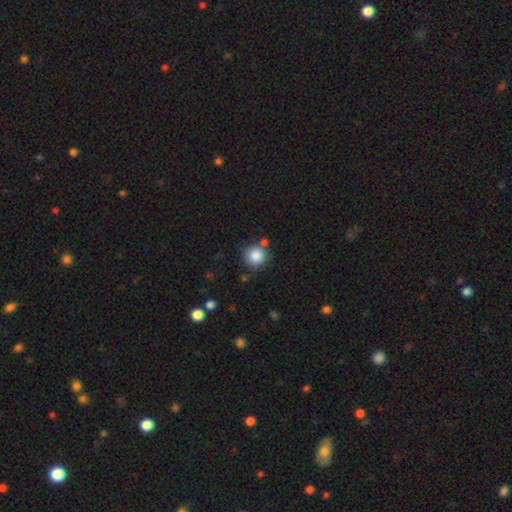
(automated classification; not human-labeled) This appears to be a smooth galaxy with no disk features (85%) that is round (93%). Merging: none (75%).